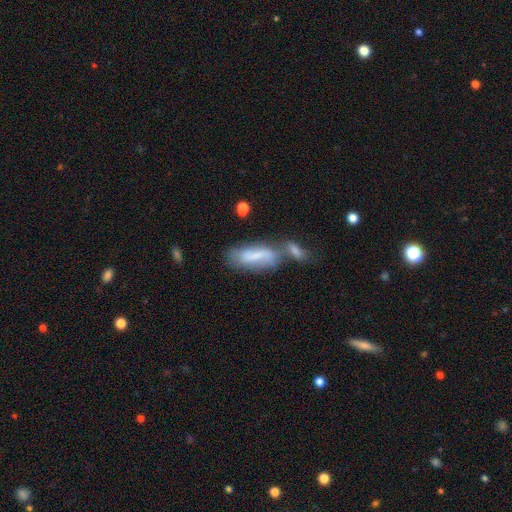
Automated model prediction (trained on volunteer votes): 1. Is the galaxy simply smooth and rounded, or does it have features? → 61% smooth, 31% featured or disk, 8% star or artifact.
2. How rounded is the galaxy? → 62% in between, 36% cigar-shaped, 2% round.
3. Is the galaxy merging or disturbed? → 50% merger, 24% none, 15% minor disturbance, 10% major disturbance.